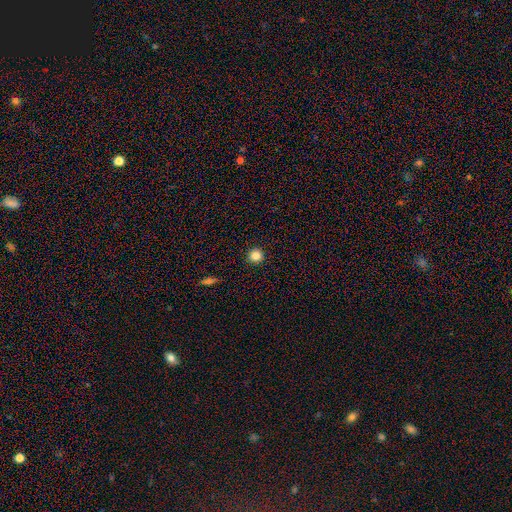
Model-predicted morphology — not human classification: Q: Smooth or featured?
A: smooth (84%); runner-up: star or artifact (11%)
Q: How rounded?
A: round (94%); runner-up: in between (5%)
Q: Merging?
A: none (93%); runner-up: minor disturbance (5%)